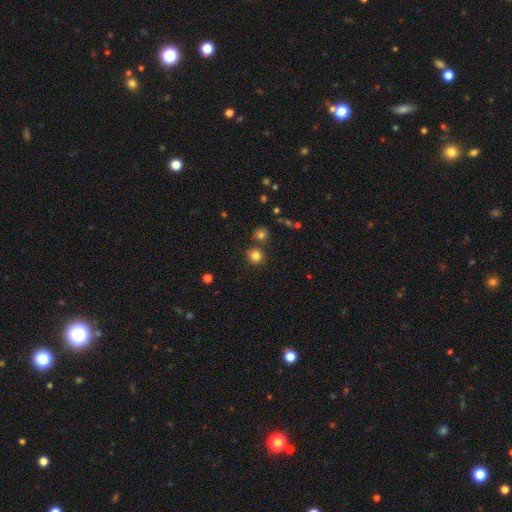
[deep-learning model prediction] Q: Smooth or featured?
A: smooth (81%); runner-up: star or artifact (13%)
Q: How rounded?
A: round (89%); runner-up: in between (10%)
Q: Merging?
A: none (78%); runner-up: merger (11%)